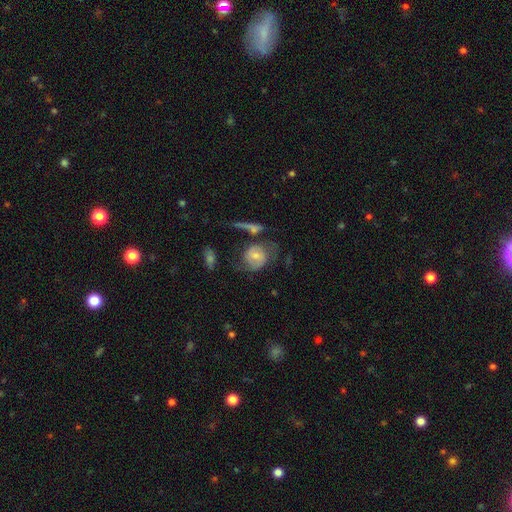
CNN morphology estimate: Overall: featured or disk (51%; smooth 41%). Edge-on disk: no (93%). Merging: none (41%; merger 20%).